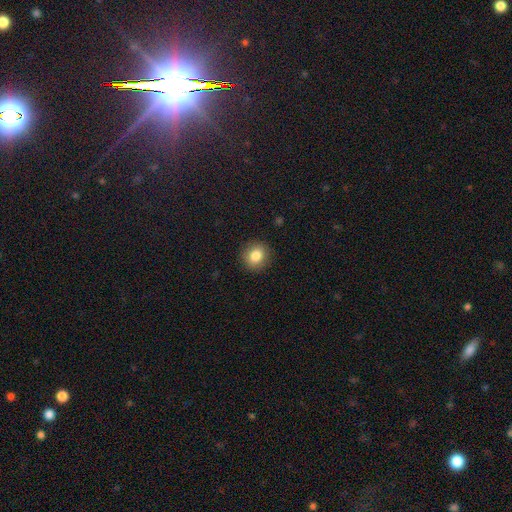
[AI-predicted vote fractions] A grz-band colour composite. It shows a smooth galaxy with no disk features (84%) that is round (85%). Merging: none (90%).